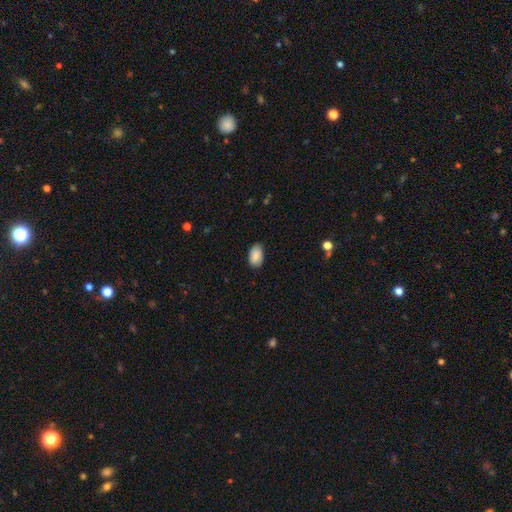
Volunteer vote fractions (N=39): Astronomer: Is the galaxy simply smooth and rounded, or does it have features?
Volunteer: smooth — 79%.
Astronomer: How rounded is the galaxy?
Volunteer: in between — 94%.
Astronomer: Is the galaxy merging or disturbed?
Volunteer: none — 83%.